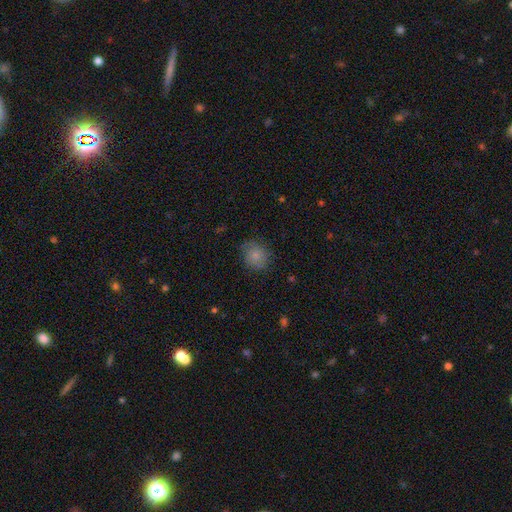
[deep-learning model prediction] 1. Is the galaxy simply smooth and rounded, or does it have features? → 81% smooth, 10% featured or disk, 9% star or artifact.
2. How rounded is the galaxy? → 76% round, 23% in between, 1% cigar-shaped.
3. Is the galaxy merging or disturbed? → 74% none, 19% minor disturbance, 5% major disturbance, 1% merger.